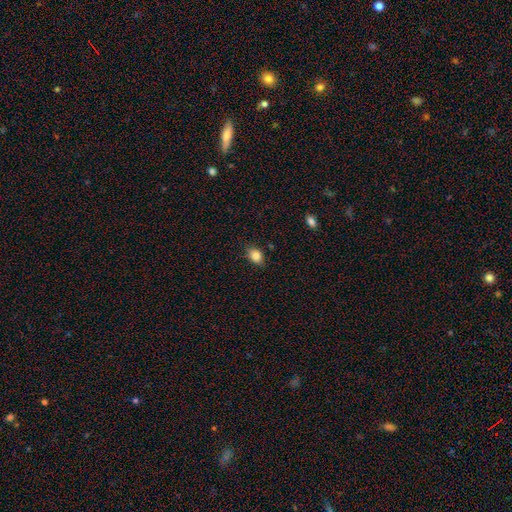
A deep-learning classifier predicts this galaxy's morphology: A smooth galaxy with no disk features (84%) that is in between round and cigar-shaped (71%). Merging: none (82%).